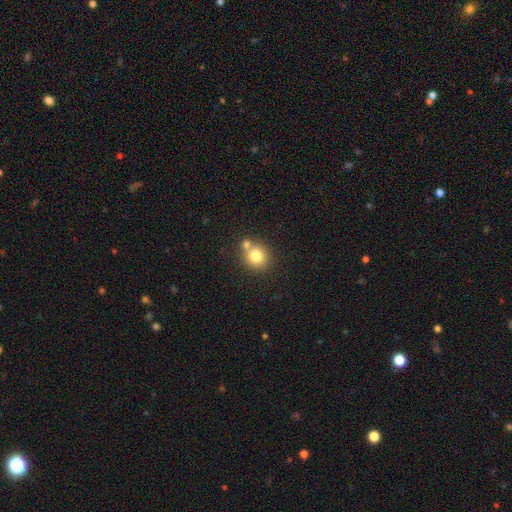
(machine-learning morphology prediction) Smooth or featured?
  - smooth: 78% *
  - star or artifact: 12%
  - featured or disk: 11%
How rounded?
  - round: 85% *
  - in between: 14%
  - cigar-shaped: 1%
Merging?
  - none: 60% *
  - merger: 29%
  - minor disturbance: 9%
  - major disturbance: 3%